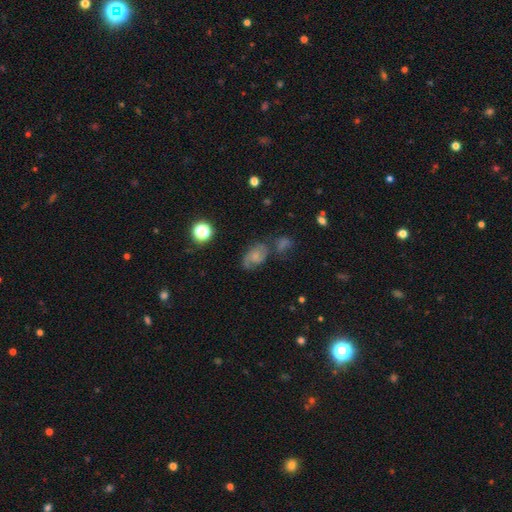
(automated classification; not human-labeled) Smooth or featured: featured or disk — 53% (smooth — 30%)
Edge-on disk: no — 96% (yes — 4%)
Bar: no — 64% (weak — 30%)
Spiral arms: yes — 85% (no — 15%)
Bulge size: small — 44% (moderate — 30%)
Merging: none — 55% (minor disturbance — 21%)